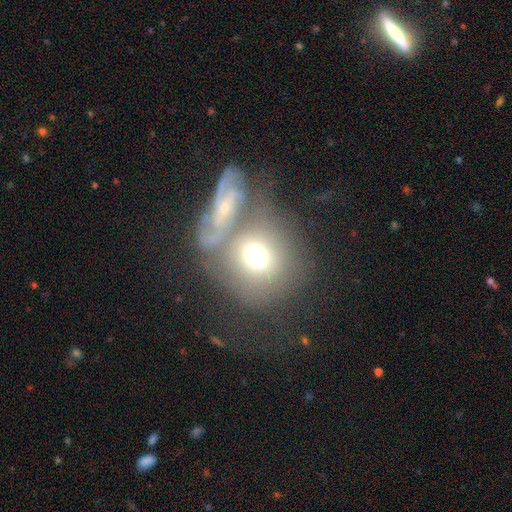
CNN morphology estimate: Overall: smooth (57%; featured or disk 32%). How rounded: round (75%). Merging: merger (44%; none 36%).